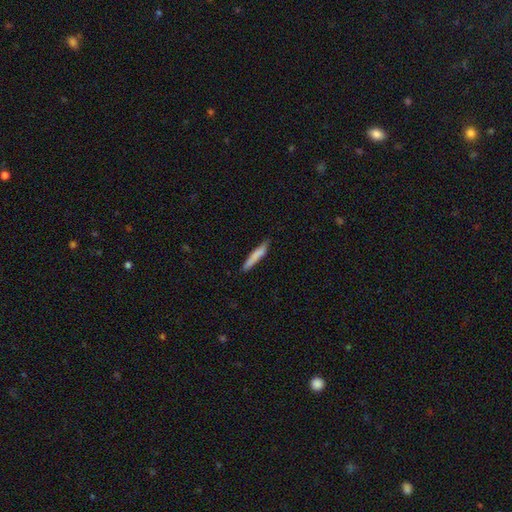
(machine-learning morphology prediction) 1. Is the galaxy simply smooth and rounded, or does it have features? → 78% smooth, 16% featured or disk, 6% star or artifact.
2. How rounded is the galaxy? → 92% cigar-shaped, 7% in between, 1% round.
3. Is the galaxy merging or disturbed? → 80% none, 16% minor disturbance, 2% major disturbance, 2% merger.